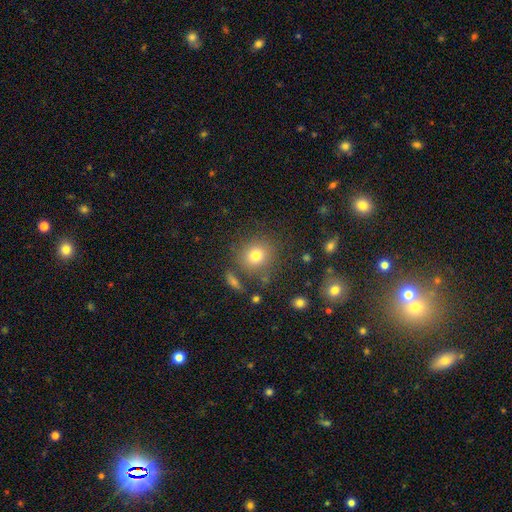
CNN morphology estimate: smooth_or_featured: smooth (p=0.76) [alt: star or artifact p=0.13]
how_rounded: round (p=0.86) [alt: in between p=0.13]
merging: none (p=0.80) [alt: minor disturbance p=0.10]